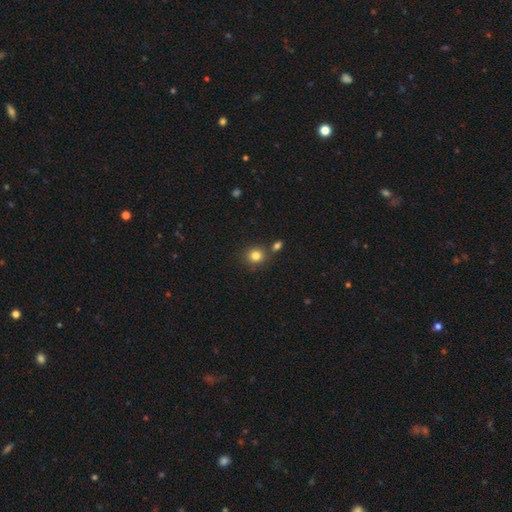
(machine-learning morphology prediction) Q: Smooth or featured?
A: smooth (82%); runner-up: star or artifact (12%)
Q: How rounded?
A: round (84%); runner-up: in between (15%)
Q: Merging?
A: none (75%); runner-up: merger (13%)